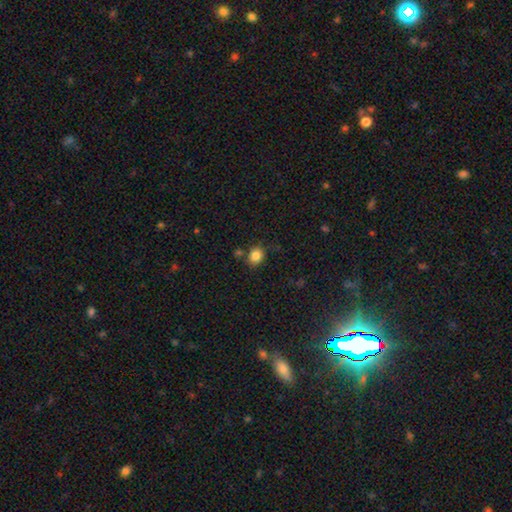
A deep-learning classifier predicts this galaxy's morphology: smooth_or_featured: smooth (p=0.85) [alt: star or artifact p=0.10]
how_rounded: round (p=0.65) [alt: in between p=0.34]
merging: none (p=0.76) [alt: minor disturbance p=0.13]